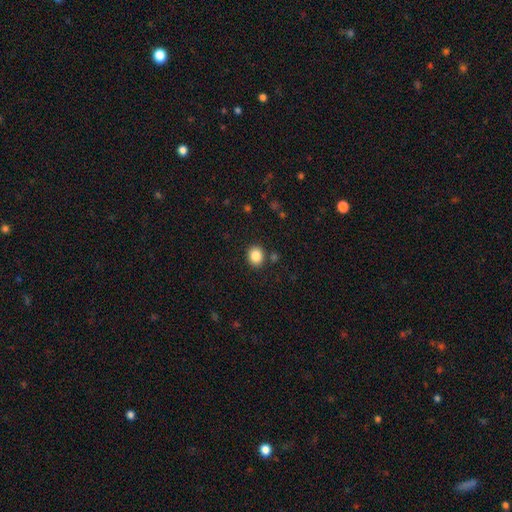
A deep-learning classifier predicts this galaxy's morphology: This is clearly a smooth galaxy (86%). How rounded: likely round (62%). Merging: clearly none (87%).